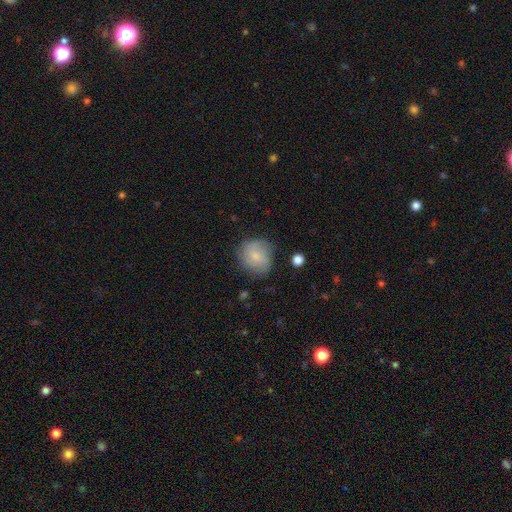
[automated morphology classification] Smooth or featured? Predicted: smooth (p=0.62). How rounded? Predicted: round (p=0.80). Merging? Predicted: none (p=0.68).